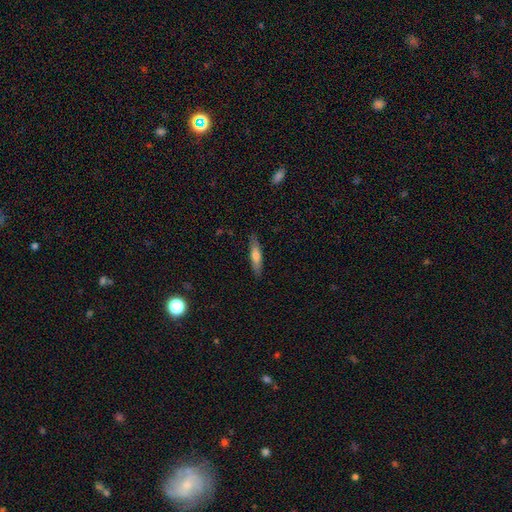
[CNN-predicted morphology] Q: Smooth or featured?
A: smooth (62%); runner-up: featured or disk (31%)
Q: How rounded?
A: cigar-shaped (76%); runner-up: in between (22%)
Q: Merging?
A: none (88%); runner-up: minor disturbance (9%)